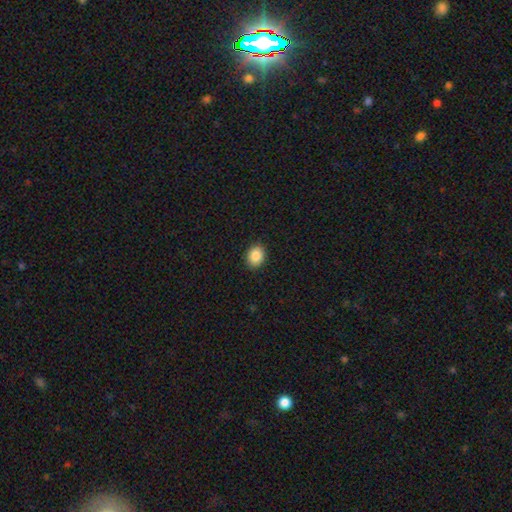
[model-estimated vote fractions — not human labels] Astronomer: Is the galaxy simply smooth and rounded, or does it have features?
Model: smooth — 88%.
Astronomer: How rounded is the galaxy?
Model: in between — 61% (runner-up: round, 38%).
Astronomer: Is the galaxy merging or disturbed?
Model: none — 90%.